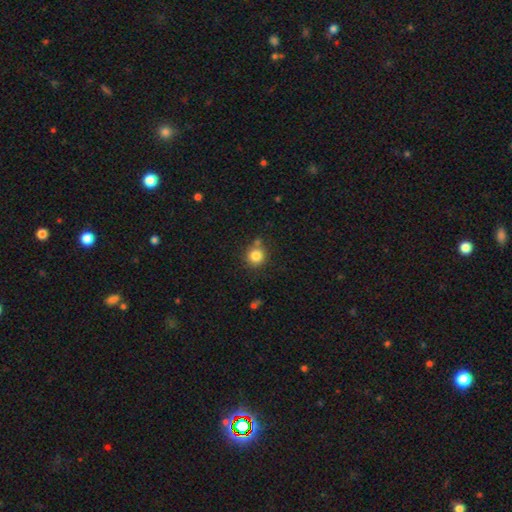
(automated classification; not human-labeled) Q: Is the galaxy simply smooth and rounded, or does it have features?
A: smooth — 83%.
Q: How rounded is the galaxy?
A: round — 92%.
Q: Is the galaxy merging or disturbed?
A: none — 73%.